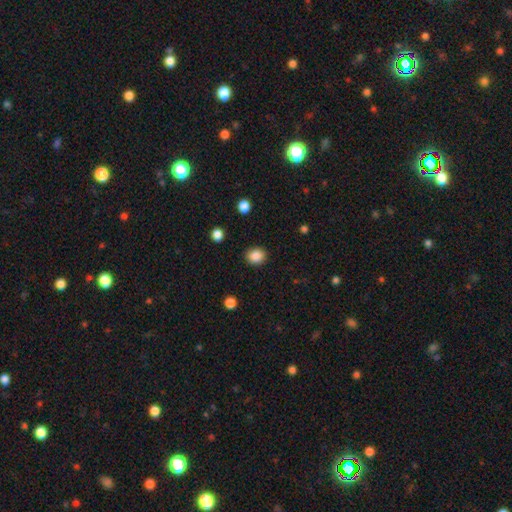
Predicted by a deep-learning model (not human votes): Smooth or featured? smooth (86%)
How rounded? round (71%)
Merging? none (89%)